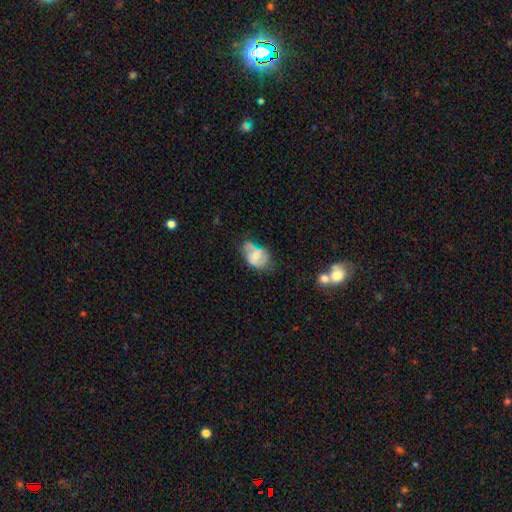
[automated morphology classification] This is possibly a smooth galaxy (52%). How rounded: likely in between (78%). Merging: marginally minor disturbance (35%).